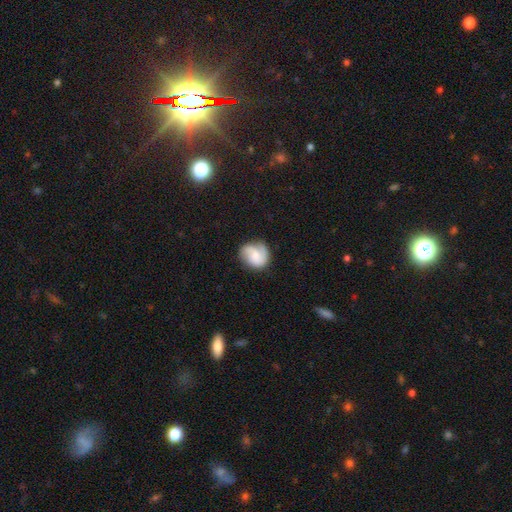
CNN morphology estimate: Q: Smooth or featured?
A: featured or disk (58%); runner-up: smooth (34%)
Q: Edge-on disk?
A: no (98%); runner-up: yes (2%)
Q: Bar?
A: no (59%); runner-up: weak (34%)
Q: Spiral arms?
A: yes (93%); runner-up: no (7%)
Q: Spiral winding?
A: medium (44%); runner-up: tight (29%)
Q: Spiral arm count?
A: 2 (60%); runner-up: 1 (14%)
Q: Bulge size?
A: small (40%); runner-up: moderate (31%)
Q: Merging?
A: none (69%); runner-up: minor disturbance (20%)